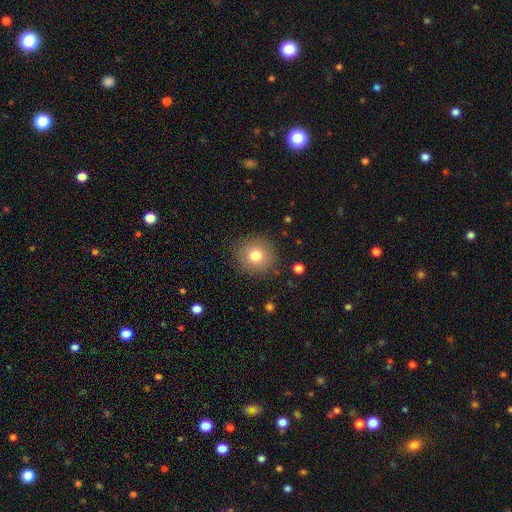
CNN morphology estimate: Smooth or featured? Predicted: smooth (p=0.79). How rounded? Predicted: round (p=0.93). Merging? Predicted: none (p=0.88).